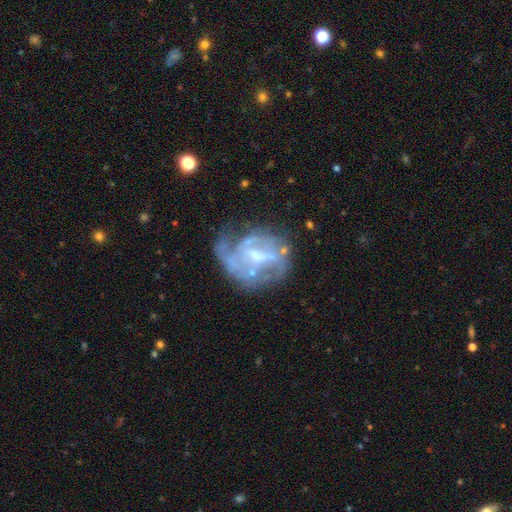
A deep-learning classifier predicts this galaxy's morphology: type=featured or disk (80%); edge-on=no (97%); bar=weak (52%); spiral arms=yes (73%); winding=tight (40%, tied with medium); arm count=can't tell (37%); bulge=small (43%); merging=none (46%).